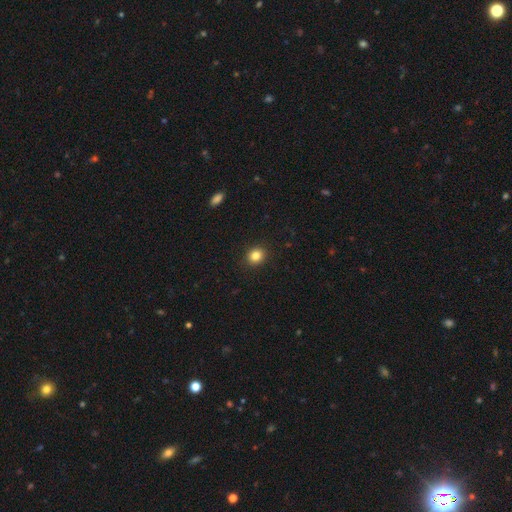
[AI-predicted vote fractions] A smooth galaxy with no disk features (84%) that is round (80%). Merging: none (92%).